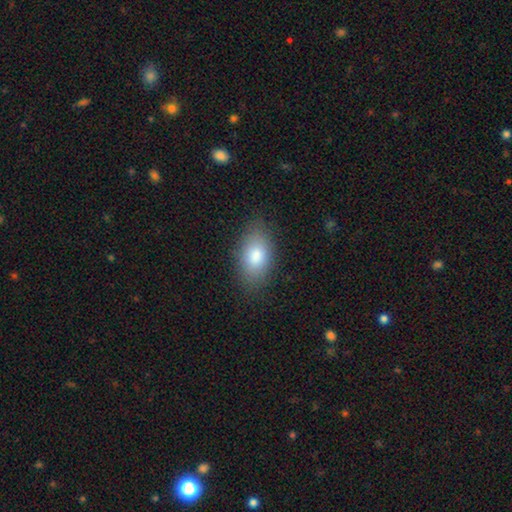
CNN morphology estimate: smooth-or-featured: smooth: 81% | featured or disk: 11% | star or artifact: 8%
  how-rounded: in between: 91% | round: 6% | cigar-shaped: 3%
  merging: none: 85% | minor disturbance: 11% | major disturbance: 3% | merger: 1%